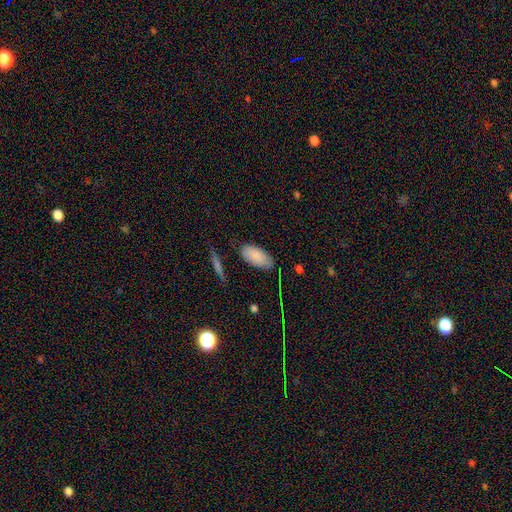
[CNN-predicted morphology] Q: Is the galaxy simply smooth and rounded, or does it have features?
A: smooth — 85%.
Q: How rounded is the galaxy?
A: in between — 93%.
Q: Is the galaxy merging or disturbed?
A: none — 77%.